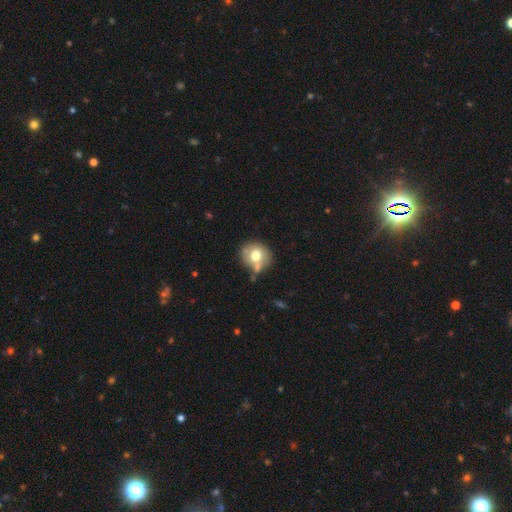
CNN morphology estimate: Q: Smooth or featured?
A: smooth (65%); runner-up: featured or disk (25%)
Q: How rounded?
A: round (80%); runner-up: in between (19%)
Q: Merging?
A: none (53%); runner-up: minor disturbance (21%)